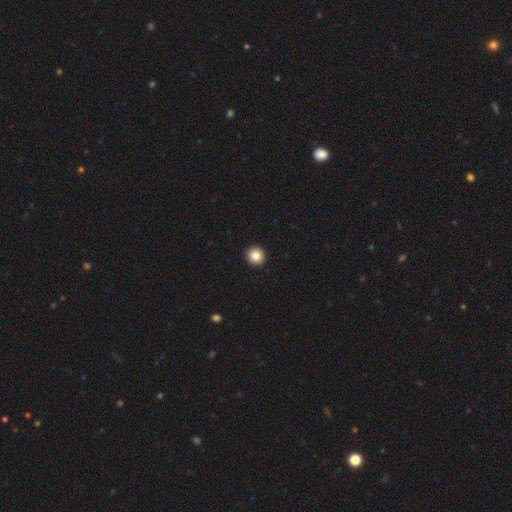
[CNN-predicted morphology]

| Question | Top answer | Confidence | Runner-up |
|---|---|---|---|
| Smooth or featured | smooth | 85% | star or artifact (10%) |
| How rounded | round | 95% | in between (4%) |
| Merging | none | 94% | minor disturbance (4%) |